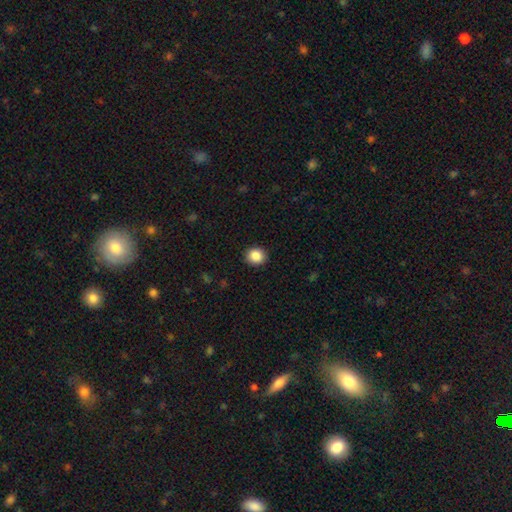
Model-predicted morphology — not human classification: smooth-or-featured: smooth: 87% | star or artifact: 9% | featured or disk: 4%
  how-rounded: round: 81% | in between: 18% | cigar-shaped: 1%
  merging: none: 91% | minor disturbance: 6% | major disturbance: 2% | merger: 1%